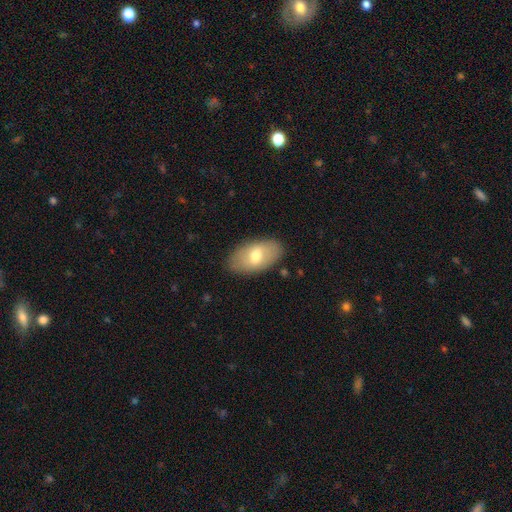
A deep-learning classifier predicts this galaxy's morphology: Smooth or featured? smooth (66%)
How rounded? in between (94%)
Merging? none (86%)